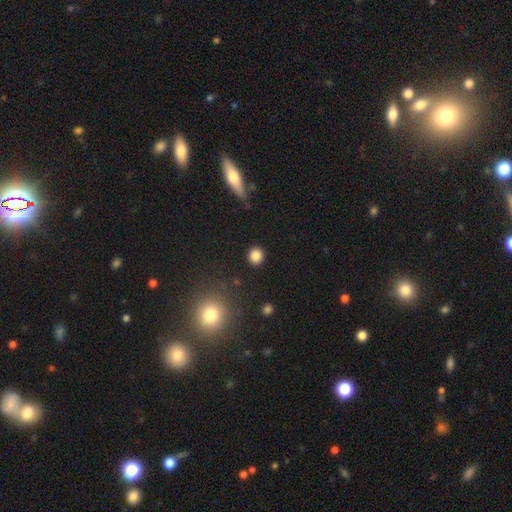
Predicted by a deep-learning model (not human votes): A smooth galaxy with no disk features (85%) that is round (89%). Merging: none (90%).